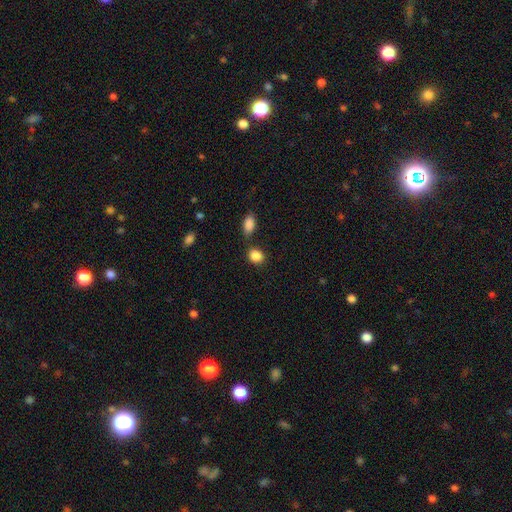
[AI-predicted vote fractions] A smooth galaxy with no disk features (87%) that is round (50%).

Vote fractions:
- Smooth or featured? smooth: 87% / star or artifact: 9% / featured or disk: 4%
- How rounded? round: 50% / in between: 48% / cigar-shaped: 1%
- Merging? none: 68% / minor disturbance: 15% / merger: 13% / major disturbance: 4%